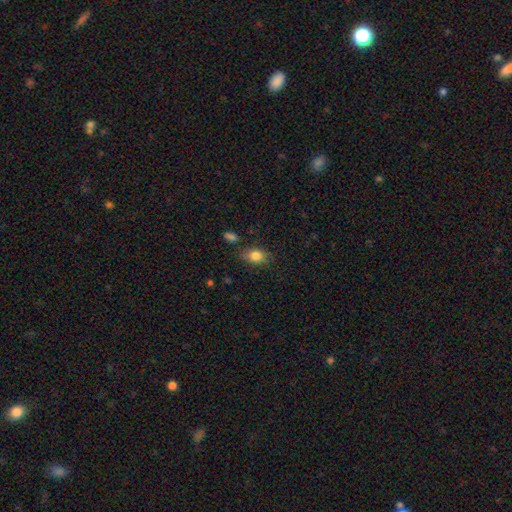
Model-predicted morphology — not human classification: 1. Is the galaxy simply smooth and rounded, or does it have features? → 81% smooth, 10% featured or disk, 9% star or artifact.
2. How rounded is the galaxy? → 73% in between, 25% round, 3% cigar-shaped.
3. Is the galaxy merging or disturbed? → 73% none, 19% minor disturbance, 5% major disturbance, 3% merger.